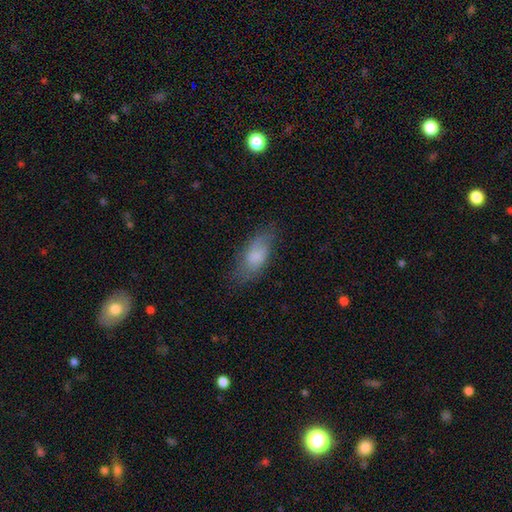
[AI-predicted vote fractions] Smooth or featured? smooth (75%)
How rounded? in between (83%)
Merging? none (65%)